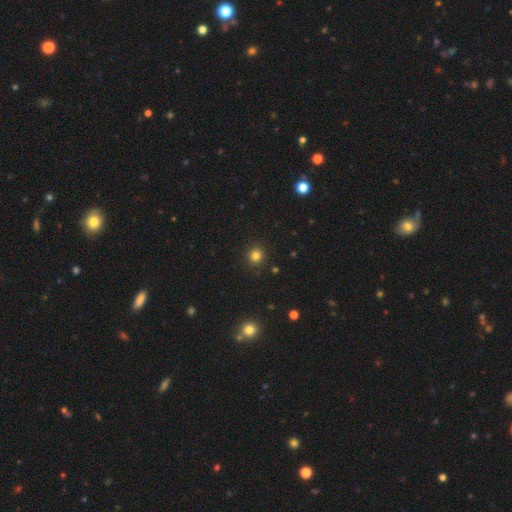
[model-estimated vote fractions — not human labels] This is clearly a smooth galaxy (81%). How rounded: clearly round (93%). Merging: clearly none (91%).